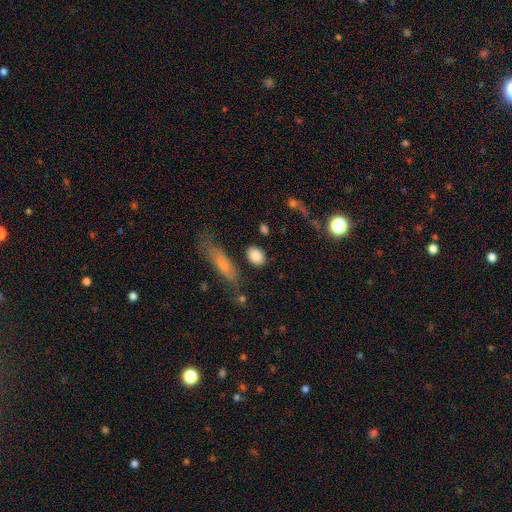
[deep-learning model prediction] The model was most divided on "how rounded": in between: 73%, round: 23%, cigar-shaped: 4%. More confident: smooth or featured — smooth (86%); merging — none (80%).